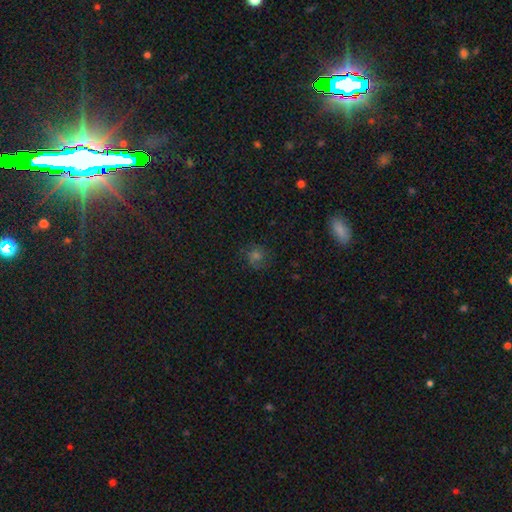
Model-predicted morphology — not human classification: smooth_or_featured: smooth (p=0.48) [alt: star or artifact p=0.28]
merging: none (p=0.76) [alt: minor disturbance p=0.16]